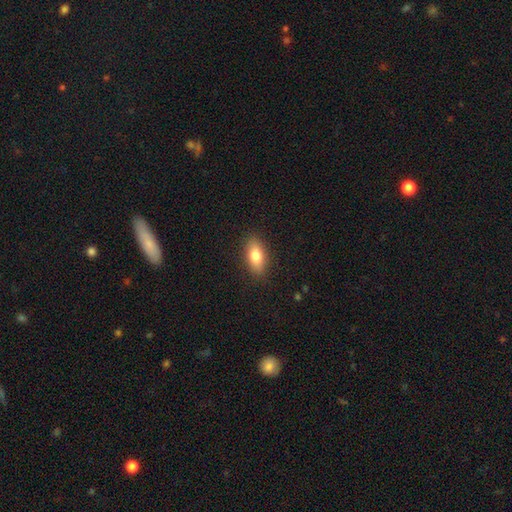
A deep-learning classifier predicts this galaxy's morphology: This is likely a smooth galaxy (77%). How rounded: clearly in between (83%). Merging: clearly none (88%).